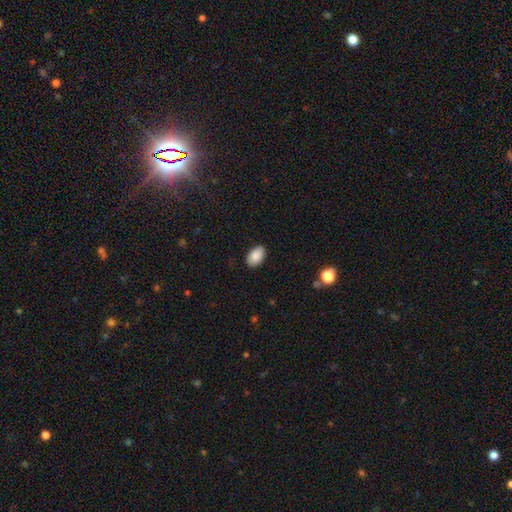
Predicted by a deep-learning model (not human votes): This appears to be a smooth galaxy with no disk features (89%) that is in between round and cigar-shaped (92%). Merging: none (88%).